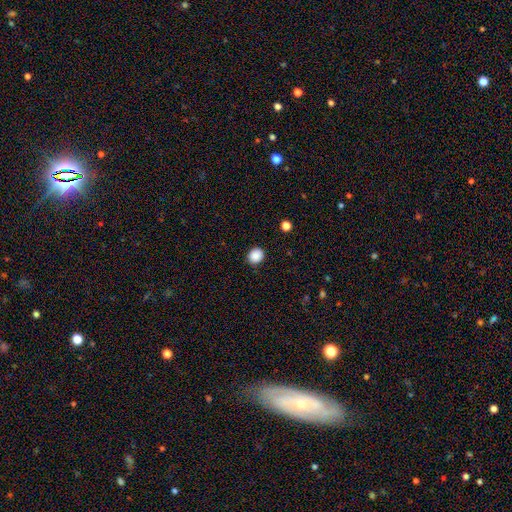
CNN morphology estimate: Q: Smooth or featured?
A: smooth (88%); runner-up: star or artifact (9%)
Q: How rounded?
A: round (79%); runner-up: in between (20%)
Q: Merging?
A: none (89%); runner-up: minor disturbance (7%)